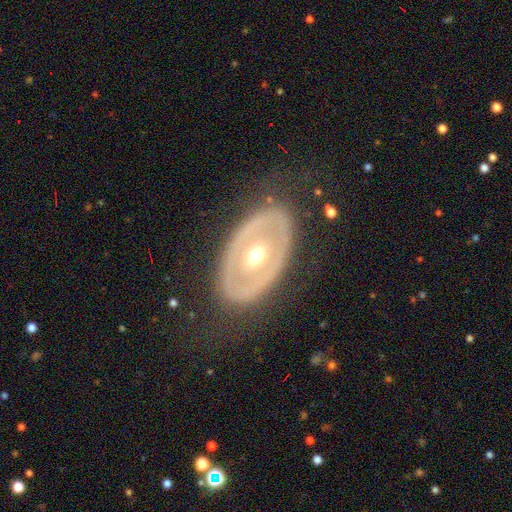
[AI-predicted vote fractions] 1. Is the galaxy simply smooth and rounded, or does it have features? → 66% featured or disk, 28% smooth, 6% star or artifact.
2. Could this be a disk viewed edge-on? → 89% no, 11% yes.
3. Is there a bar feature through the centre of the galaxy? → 79% no, 12% weak, 9% strong.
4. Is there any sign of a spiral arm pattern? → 89% no, 11% yes.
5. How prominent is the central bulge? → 70% moderate, 20% small, 7% large, 1% dominant, 1% none.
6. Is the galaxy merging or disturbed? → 78% none, 14% minor disturbance, 8% major disturbance, 1% merger.